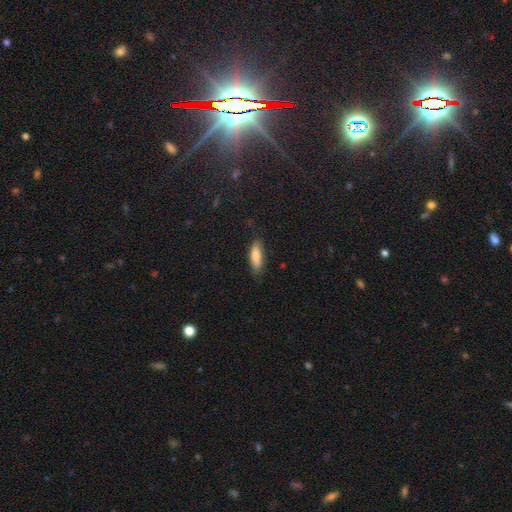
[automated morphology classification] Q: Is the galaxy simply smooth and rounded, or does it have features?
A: smooth — 81%.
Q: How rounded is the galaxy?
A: in between — 61%.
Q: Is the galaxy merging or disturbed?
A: none — 81%.